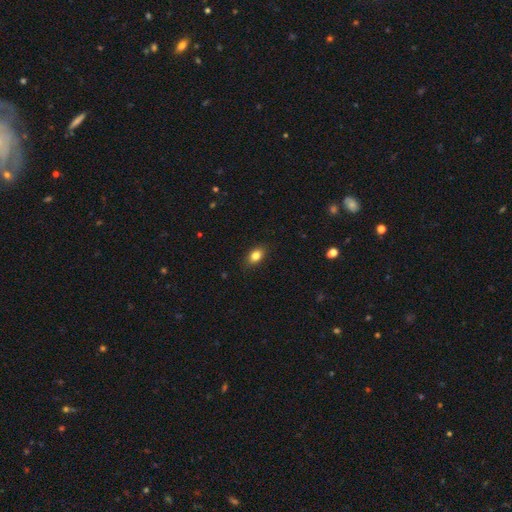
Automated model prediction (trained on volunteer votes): smooth_or_featured: smooth (p=0.84) [alt: star or artifact p=0.09]
how_rounded: in between (p=0.81) [alt: round p=0.17]
merging: none (p=0.87) [alt: minor disturbance p=0.10]